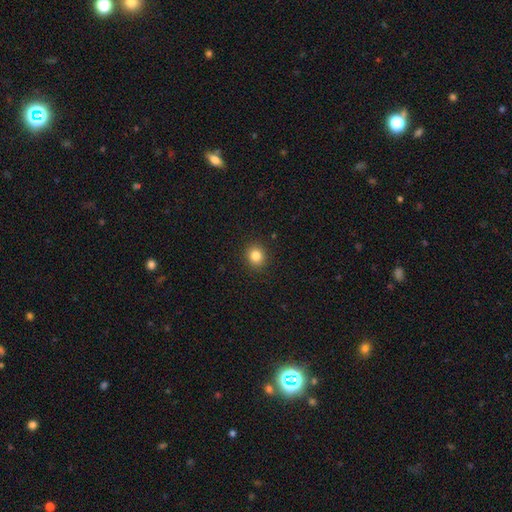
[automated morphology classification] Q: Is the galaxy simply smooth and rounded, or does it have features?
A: smooth — 83%.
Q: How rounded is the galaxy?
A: round — 86%.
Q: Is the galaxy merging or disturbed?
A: none — 91%.